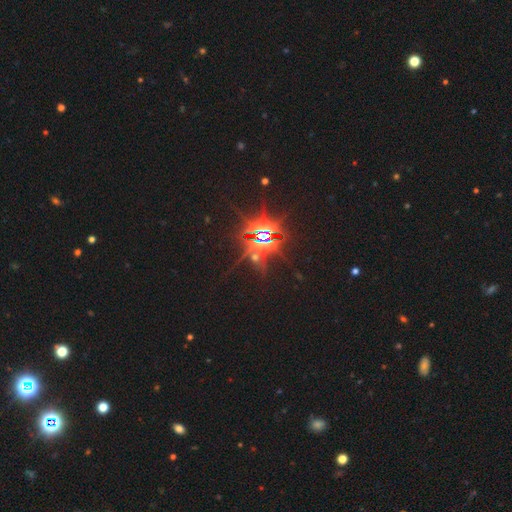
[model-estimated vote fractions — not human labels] Smooth or featured? Predicted: star or artifact (p=0.86).